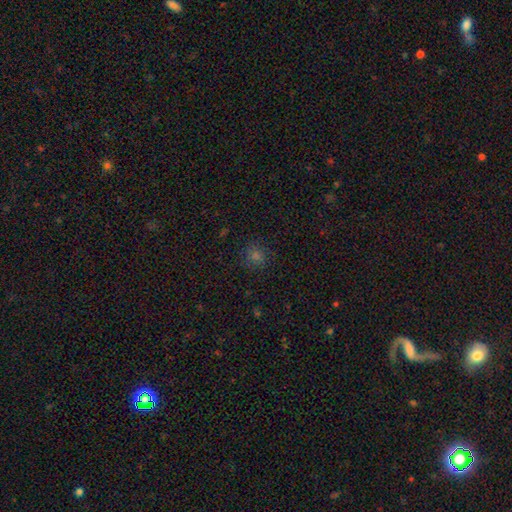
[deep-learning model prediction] Morphology: type=smooth (69%); roundness=round (88%); merging=none (87%).